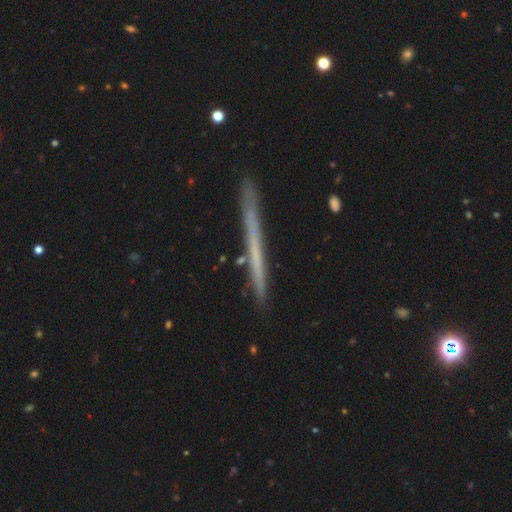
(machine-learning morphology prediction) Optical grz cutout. It shows a featured or disk galaxy (51%) viewed edge-on (97%). Merging: none (87%).